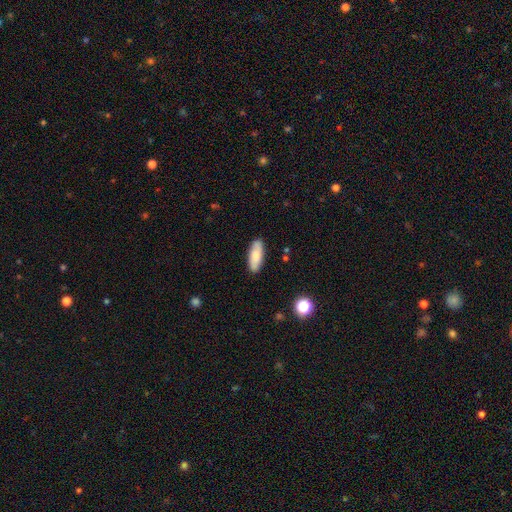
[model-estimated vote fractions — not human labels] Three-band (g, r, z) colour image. It shows a smooth galaxy with no disk features (80%) that is in between round and cigar-shaped (75%). Merging: none (87%).